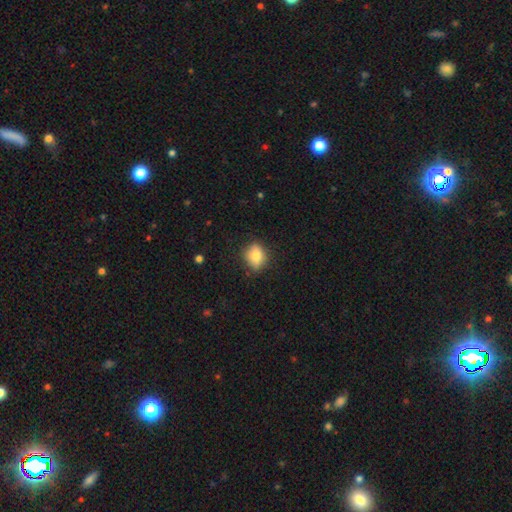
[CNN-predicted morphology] smooth 79%, featured or disk 12%, star or artifact 9%. Down the decision tree: how rounded — round (53%); merging — none (79%).